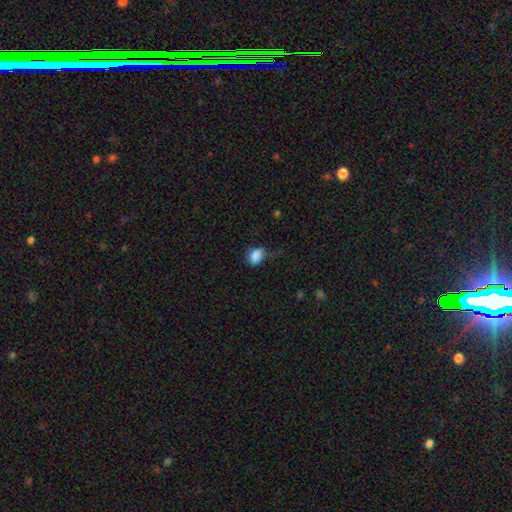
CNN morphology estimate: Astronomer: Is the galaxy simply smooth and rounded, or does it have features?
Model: smooth — 85%.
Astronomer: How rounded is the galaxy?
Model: in between — 59% (runner-up: round, 40%).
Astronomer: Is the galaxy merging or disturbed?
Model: none — 41% (runner-up: minor disturbance, 36%).